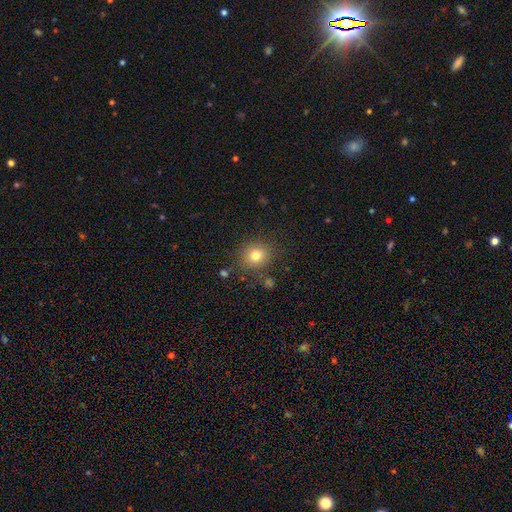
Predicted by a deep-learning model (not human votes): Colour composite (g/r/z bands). It shows a smooth galaxy with no disk features (78%) that is round (84%). Merging: none (83%).